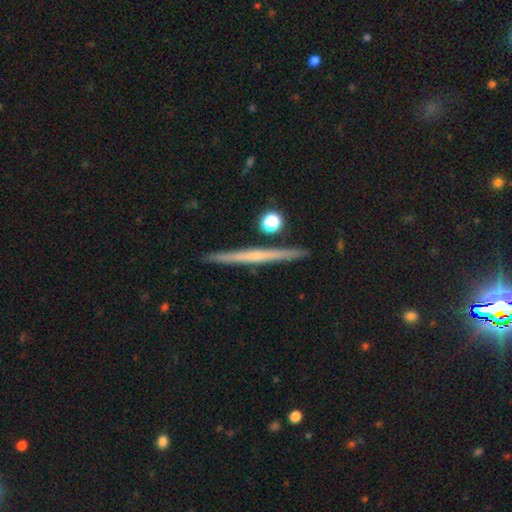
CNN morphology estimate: featured or disk 57%, smooth 36%, star or artifact 7%. Down the decision tree: edge-on disk — yes (97%); edge-on bulge — none (78%); merging — none (90%).